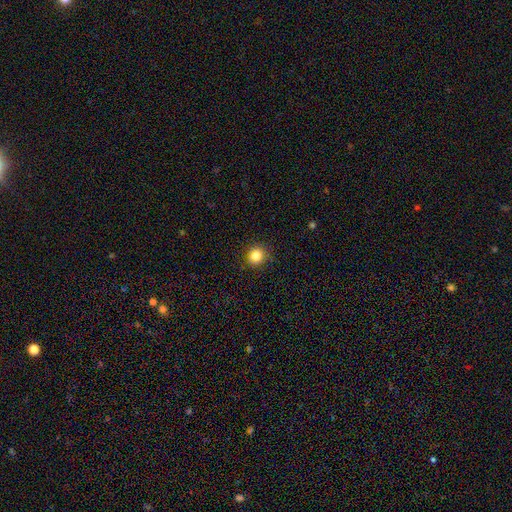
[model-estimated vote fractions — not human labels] This appears to be a smooth galaxy with no disk features (84%) that is round (86%). Merging: none (90%).